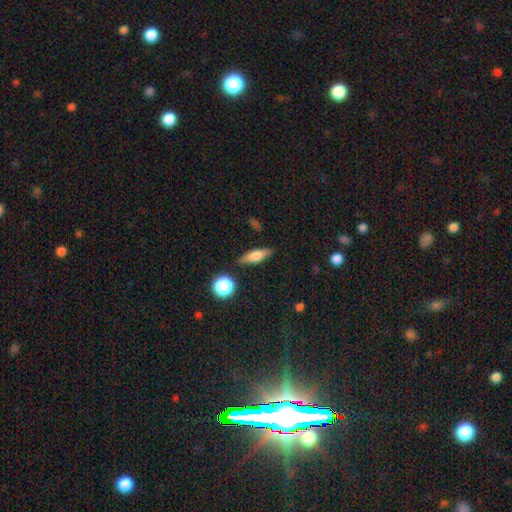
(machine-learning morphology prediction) Smooth or featured? smooth (54%)
How rounded? cigar-shaped (50%)
Merging? none (85%)